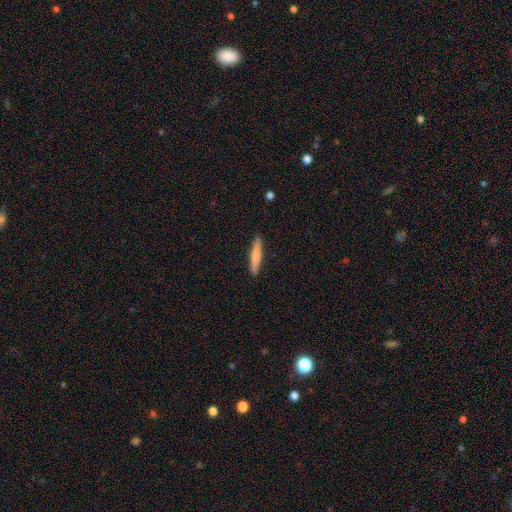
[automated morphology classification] This is likely a smooth galaxy (73%). How rounded: clearly cigar-shaped (92%). Merging: clearly none (90%).